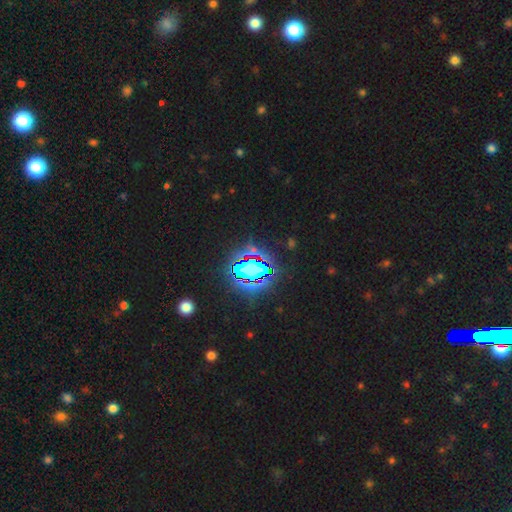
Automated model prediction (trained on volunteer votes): A star or artifact, not a galaxy (82%).